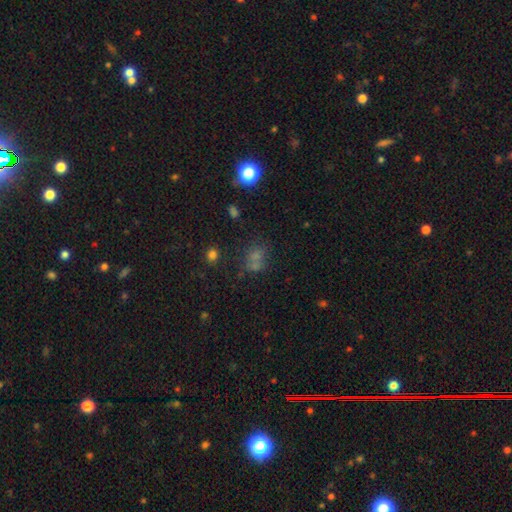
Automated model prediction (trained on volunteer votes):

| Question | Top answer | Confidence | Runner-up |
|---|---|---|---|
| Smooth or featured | smooth | 52% | star or artifact (36%) |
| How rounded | round | 67% | in between (31%) |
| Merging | none | 53% | merger (29%) |